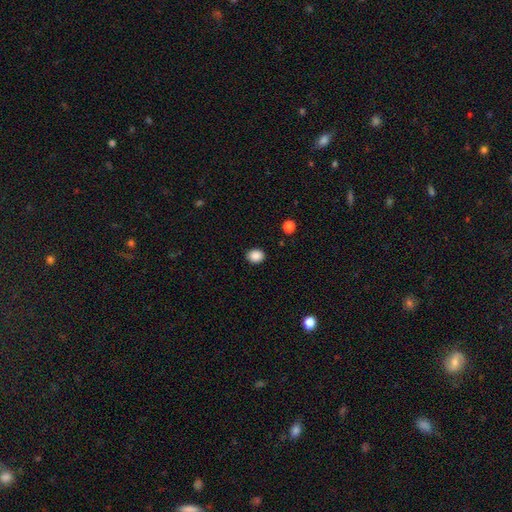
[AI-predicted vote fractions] Smooth or featured? smooth (88%)
How rounded? round (61%)
Merging? none (88%)